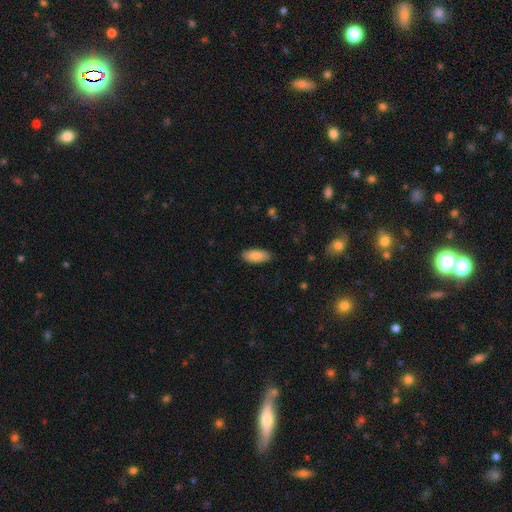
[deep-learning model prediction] Q: Smooth or featured?
A: smooth (86%); runner-up: featured or disk (8%)
Q: How rounded?
A: in between (86%); runner-up: cigar-shaped (12%)
Q: Merging?
A: none (86%); runner-up: minor disturbance (11%)